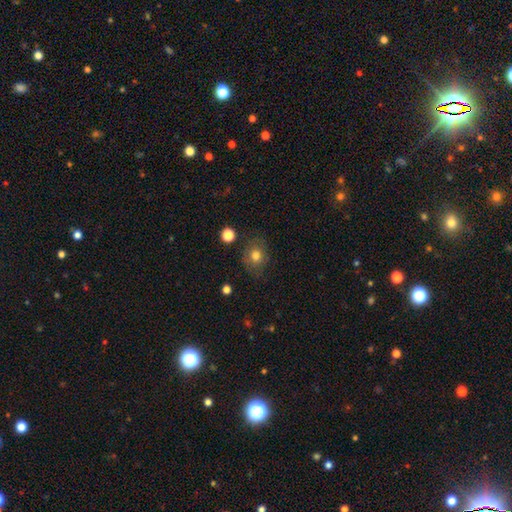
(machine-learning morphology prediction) type=smooth (75%); roundness=round (69%); merging=none (77%).